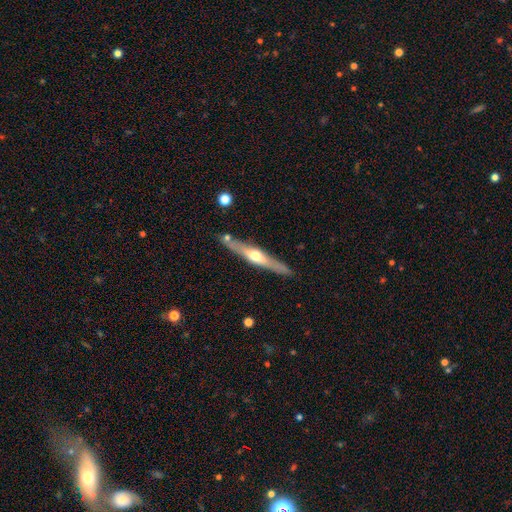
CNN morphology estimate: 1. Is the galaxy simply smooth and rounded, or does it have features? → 68% featured or disk, 27% smooth, 5% star or artifact.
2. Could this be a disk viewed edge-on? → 95% yes, 5% no.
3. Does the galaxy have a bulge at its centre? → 91% rounded, 6% none, 3% boxy.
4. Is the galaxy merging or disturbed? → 84% none, 10% minor disturbance, 4% merger, 2% major disturbance.